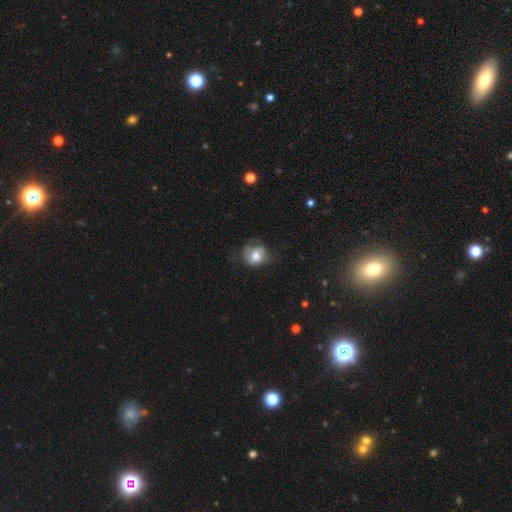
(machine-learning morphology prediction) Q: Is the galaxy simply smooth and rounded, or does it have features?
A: smooth — 71%.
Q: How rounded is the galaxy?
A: round — 55%.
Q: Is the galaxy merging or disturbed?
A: none — 51%.